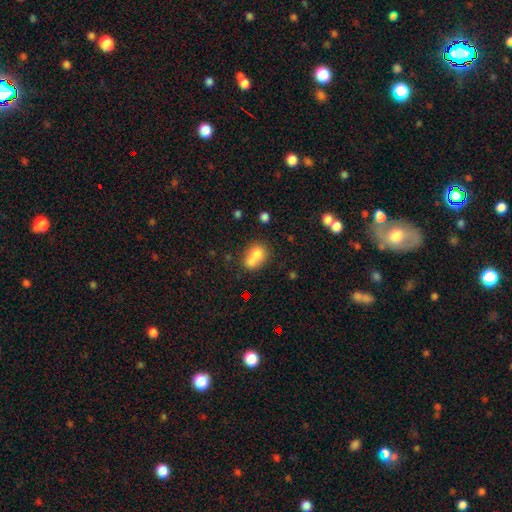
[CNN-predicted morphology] A smooth galaxy with no disk features (73%) that is round (68%).

Vote fractions:
- Smooth or featured? smooth: 73% / featured or disk: 16% / star or artifact: 11%
- How rounded? round: 68% / in between: 31% / cigar-shaped: 1%
- Merging? merger: 59% / none: 29% / minor disturbance: 7% / major disturbance: 4%